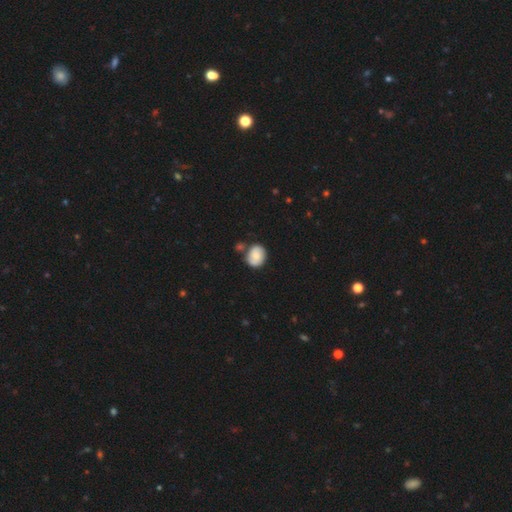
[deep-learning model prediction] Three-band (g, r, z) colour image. It shows a smooth galaxy with no disk features (68%) that is round (60%). Merging: none (66%).